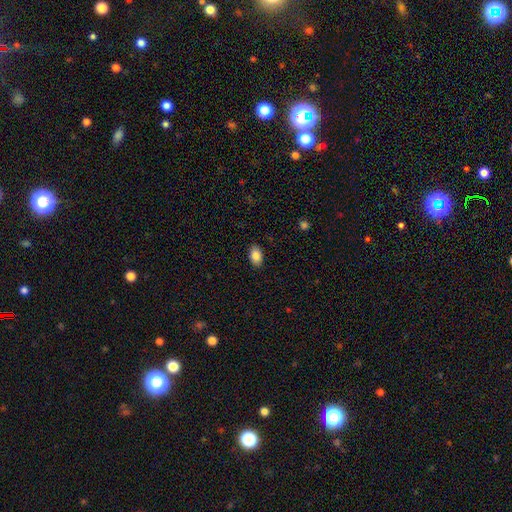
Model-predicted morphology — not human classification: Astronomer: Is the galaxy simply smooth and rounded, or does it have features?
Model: smooth — 87%.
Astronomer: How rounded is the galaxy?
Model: in between — 91%.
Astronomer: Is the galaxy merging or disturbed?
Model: none — 88%.